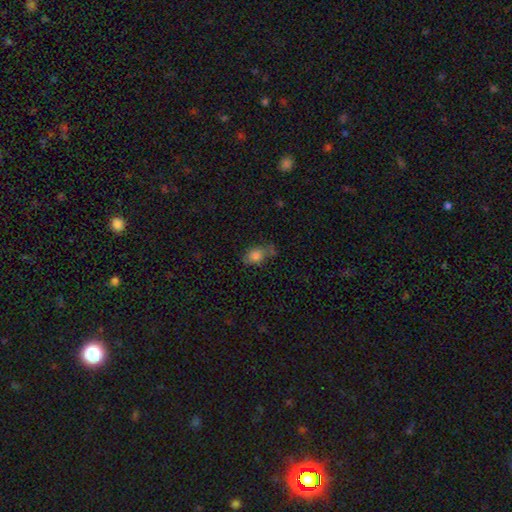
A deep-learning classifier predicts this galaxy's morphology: Q: Smooth or featured?
A: smooth (78%); runner-up: featured or disk (11%)
Q: How rounded?
A: in between (80%); runner-up: round (17%)
Q: Merging?
A: none (52%); runner-up: minor disturbance (30%)